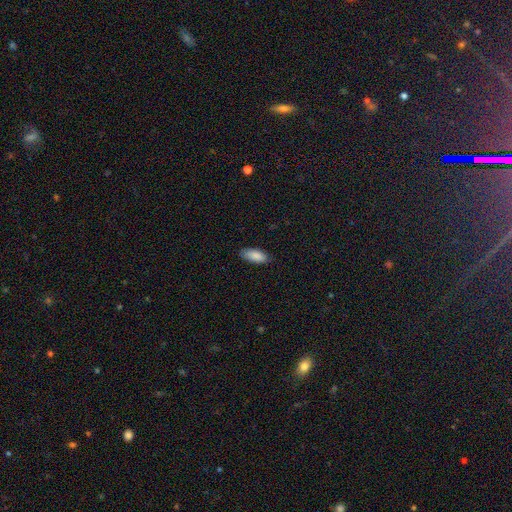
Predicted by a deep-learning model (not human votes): A smooth galaxy with no disk features (88%) that is in between round and cigar-shaped (86%).

Vote fractions:
- Smooth or featured? smooth: 88% / star or artifact: 6% / featured or disk: 6%
- How rounded? in between: 86% / cigar-shaped: 12% / round: 2%
- Merging? none: 83% / minor disturbance: 14% / major disturbance: 2% / merger: 1%